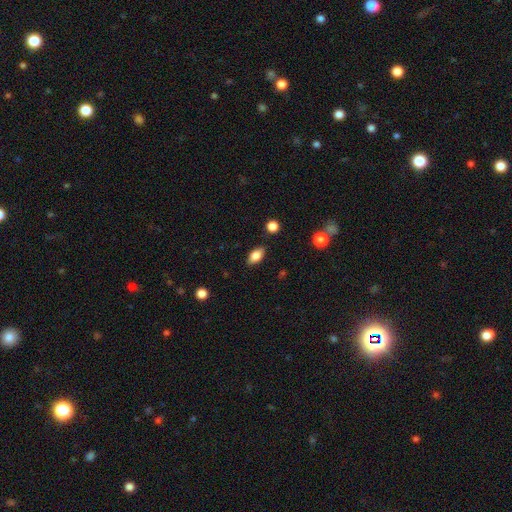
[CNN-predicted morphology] type=smooth (79%); roundness=in between (88%); merging=none (85%).